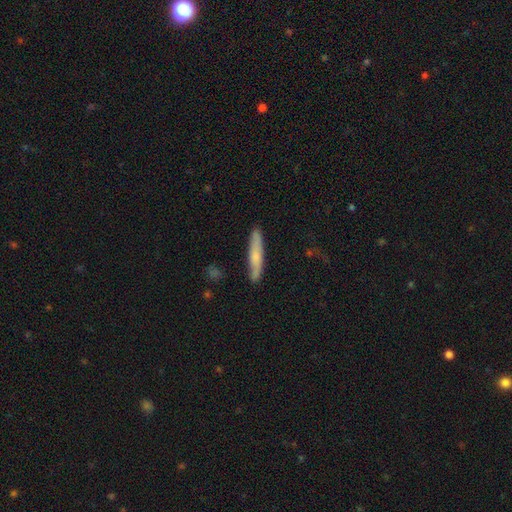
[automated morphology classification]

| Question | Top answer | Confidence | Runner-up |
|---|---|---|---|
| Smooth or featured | smooth | 60% | featured or disk (34%) |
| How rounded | cigar-shaped | 92% | in between (7%) |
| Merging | none | 85% | minor disturbance (12%) |